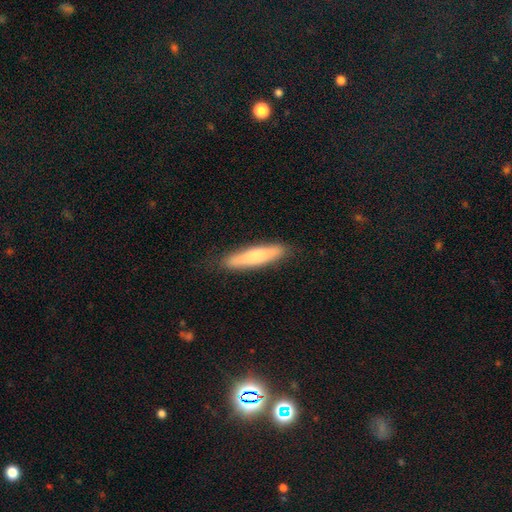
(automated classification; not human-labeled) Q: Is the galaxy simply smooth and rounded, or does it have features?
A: smooth — 71%.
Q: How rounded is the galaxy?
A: cigar-shaped — 85%.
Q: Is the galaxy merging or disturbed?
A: none — 86%.